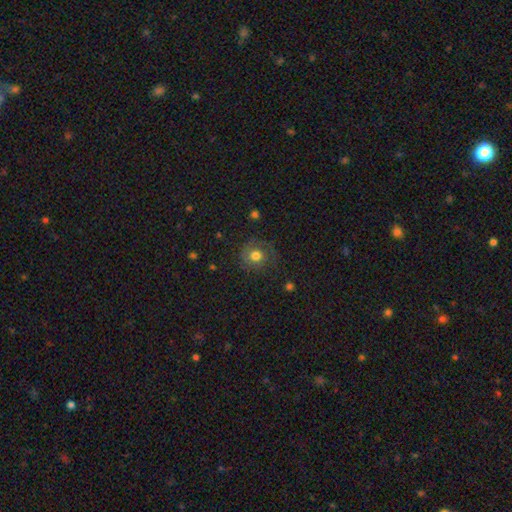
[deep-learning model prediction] This is likely a smooth galaxy (60%). How rounded: clearly round (88%). Merging: likely none (70%).